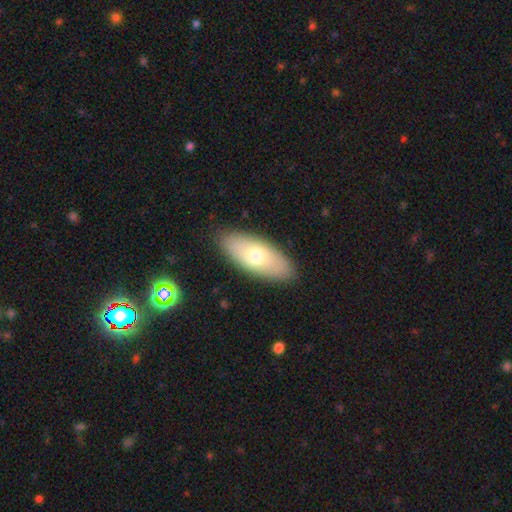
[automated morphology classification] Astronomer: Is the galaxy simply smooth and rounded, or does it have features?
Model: smooth — 69%.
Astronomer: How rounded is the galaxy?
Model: in between — 83%.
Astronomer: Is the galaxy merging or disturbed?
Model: none — 88%.